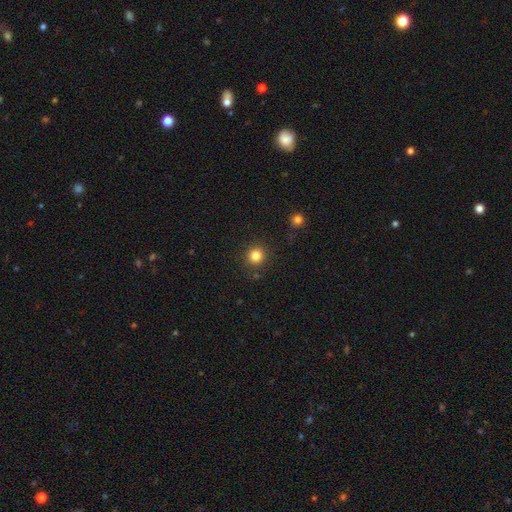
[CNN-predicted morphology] Smooth or featured: smooth — 83% (star or artifact — 12%)
How rounded: round — 92% (in between — 7%)
Merging: none — 88% (minor disturbance — 7%)